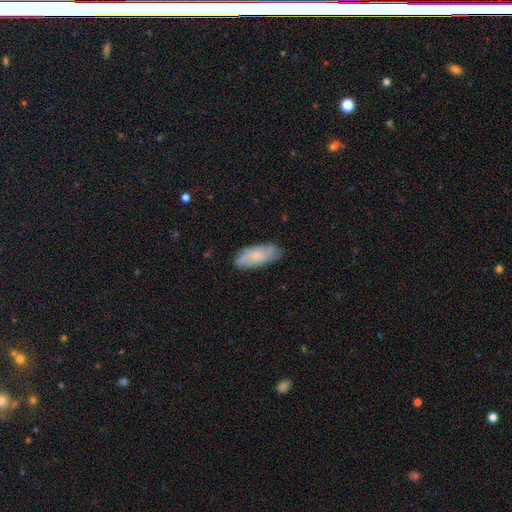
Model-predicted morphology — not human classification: Q: Smooth or featured?
A: smooth (57%); runner-up: featured or disk (36%)
Q: How rounded?
A: in between (82%); runner-up: cigar-shaped (16%)
Q: Merging?
A: none (77%); runner-up: minor disturbance (18%)